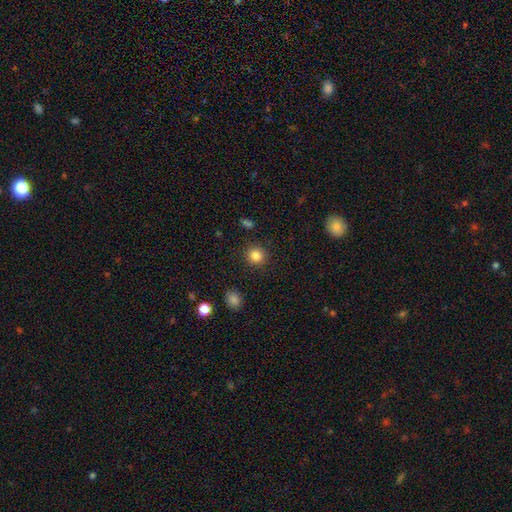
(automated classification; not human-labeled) smooth 84%, star or artifact 11%, featured or disk 5%. Down the decision tree: how rounded — round (93%); merging — none (91%).